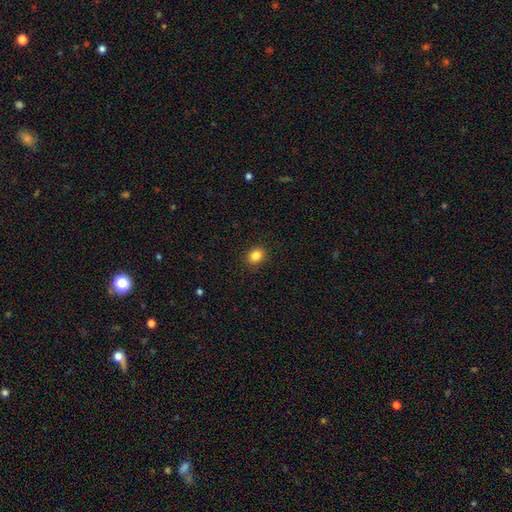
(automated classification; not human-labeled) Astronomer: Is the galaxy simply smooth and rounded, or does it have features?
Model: smooth — 84%.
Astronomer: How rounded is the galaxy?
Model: round — 56% (runner-up: in between, 43%).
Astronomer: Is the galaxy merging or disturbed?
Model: none — 90%.